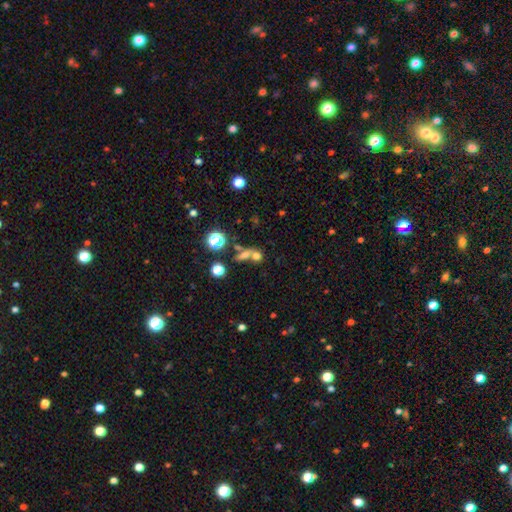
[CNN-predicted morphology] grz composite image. It shows a smooth galaxy with no disk features (64%) that is round (49%). Merging: merger (47%).